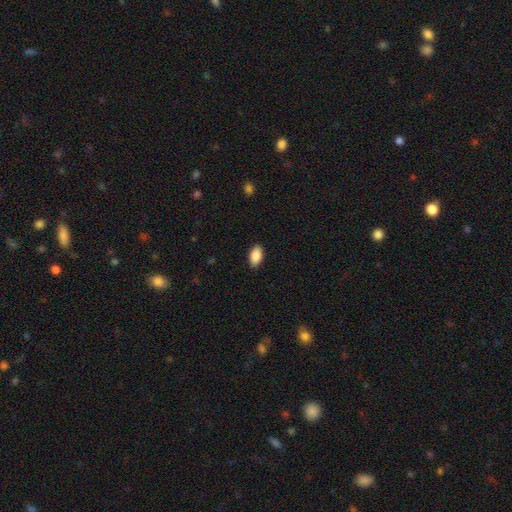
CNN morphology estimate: A smooth galaxy with no disk features (88%) that is in between round and cigar-shaped (93%).

Vote fractions:
- Smooth or featured? smooth: 88% / star or artifact: 7% / featured or disk: 5%
- How rounded? in between: 93% / round: 4% / cigar-shaped: 3%
- Merging? none: 89% / minor disturbance: 8% / major disturbance: 2% / merger: 1%